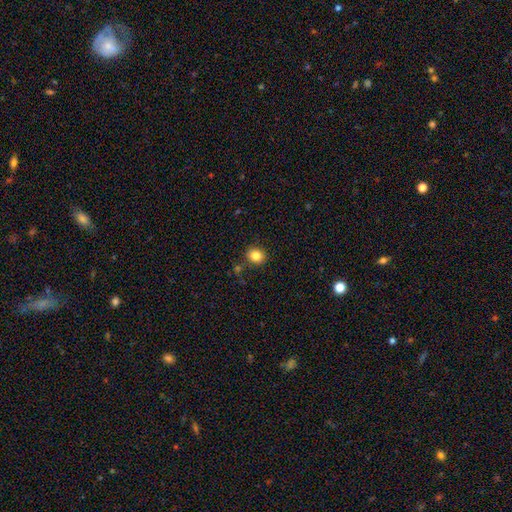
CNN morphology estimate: Smooth or featured? Predicted: smooth (p=0.83). How rounded? Predicted: round (p=0.80). Merging? Predicted: none (p=0.87).